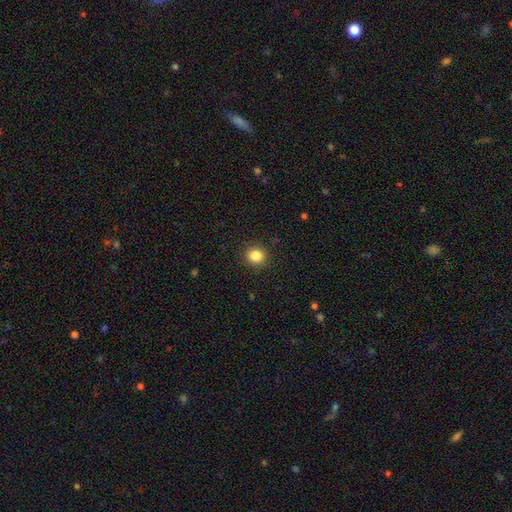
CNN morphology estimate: smooth-or-featured: smooth: 85% | star or artifact: 11% | featured or disk: 4%
  how-rounded: round: 89% | in between: 10% | cigar-shaped: 1%
  merging: none: 91% | minor disturbance: 6% | major disturbance: 2% | merger: 1%